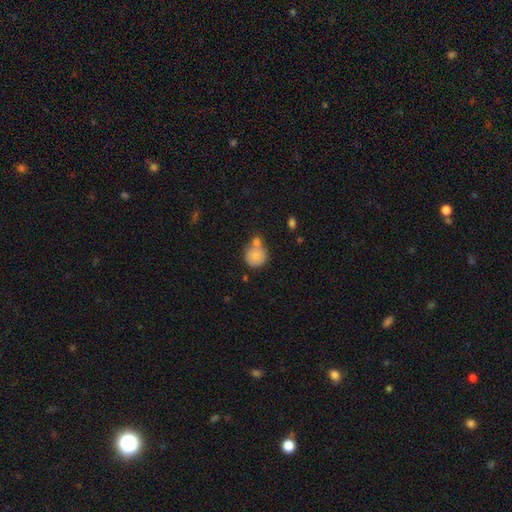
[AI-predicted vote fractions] This appears to be a smooth galaxy with no disk features (75%) that is round (88%). Merging: none (44%).